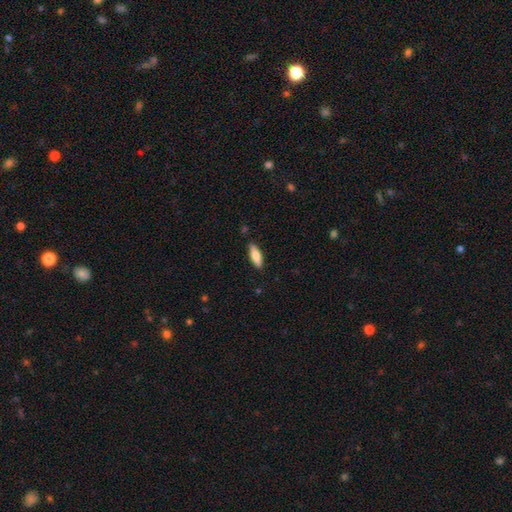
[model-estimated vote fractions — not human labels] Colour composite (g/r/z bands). It shows a smooth galaxy with no disk features (73%) that is in between round and cigar-shaped (51%). Merging: none (86%).